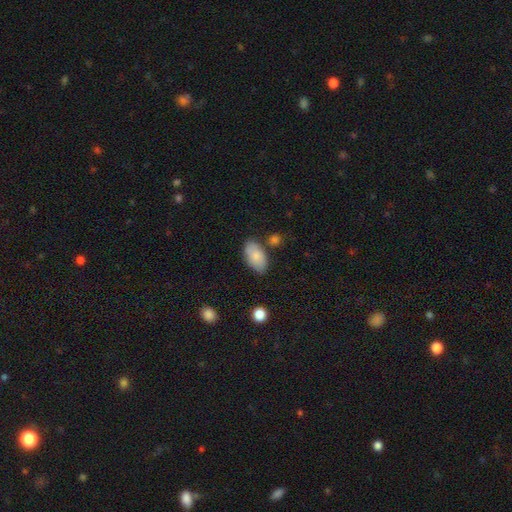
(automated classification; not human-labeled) This appears to be a smooth galaxy with no disk features (81%) that is in between round and cigar-shaped (94%). Merging: none (72%).